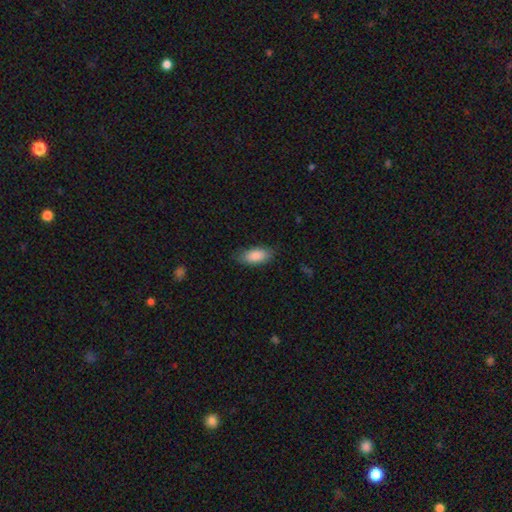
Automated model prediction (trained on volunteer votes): Smooth or featured? Predicted: smooth (p=0.86). How rounded? Predicted: in between (p=0.87). Merging? Predicted: none (p=0.81).